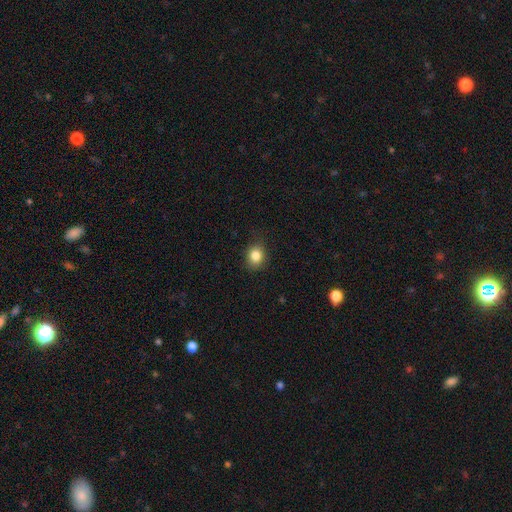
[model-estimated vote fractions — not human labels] Smooth or featured: smooth — 84% (star or artifact — 10%)
How rounded: round — 62% (in between — 37%)
Merging: none — 83% (minor disturbance — 13%)